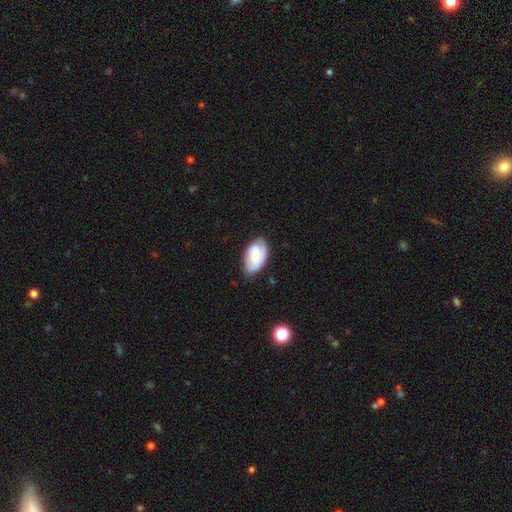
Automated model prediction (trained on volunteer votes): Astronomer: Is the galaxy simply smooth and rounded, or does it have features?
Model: featured or disk — 48% (runner-up: smooth, 45%).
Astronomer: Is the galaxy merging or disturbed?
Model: none — 60%.